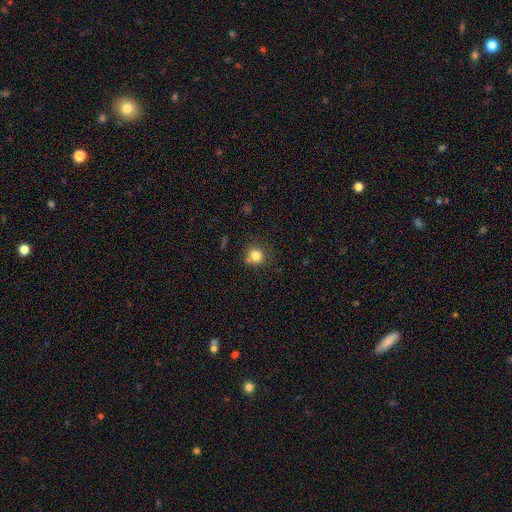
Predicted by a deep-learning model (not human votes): Smooth or featured?
  - smooth: 81% *
  - star or artifact: 12%
  - featured or disk: 6%
How rounded?
  - round: 90% *
  - in between: 9%
  - cigar-shaped: 1%
Merging?
  - none: 76% *
  - minor disturbance: 13%
  - merger: 7%
  - major disturbance: 4%